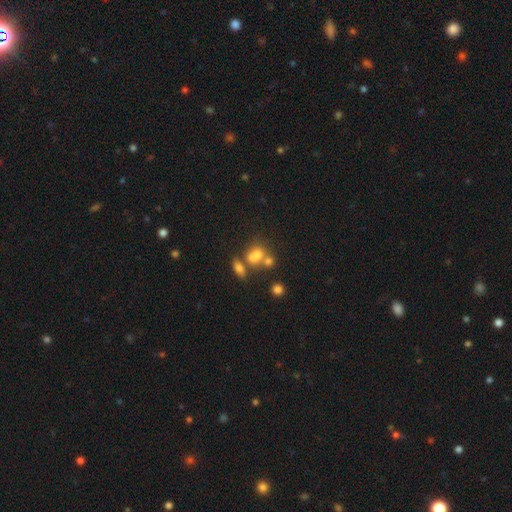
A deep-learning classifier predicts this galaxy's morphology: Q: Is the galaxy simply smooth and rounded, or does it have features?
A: smooth — 65%.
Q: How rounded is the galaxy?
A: round — 55%.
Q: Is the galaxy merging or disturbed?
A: merger — 47%.